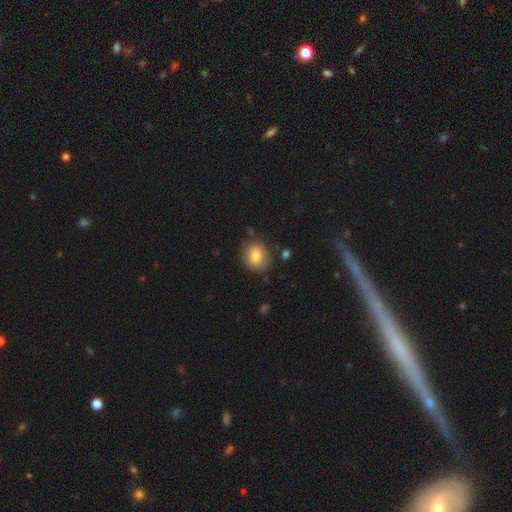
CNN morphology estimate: smooth-or-featured: smooth: 77% | featured or disk: 14% | star or artifact: 9%
  how-rounded: round: 66% | in between: 33% | cigar-shaped: 1%
  merging: none: 79% | minor disturbance: 14% | major disturbance: 4% | merger: 3%